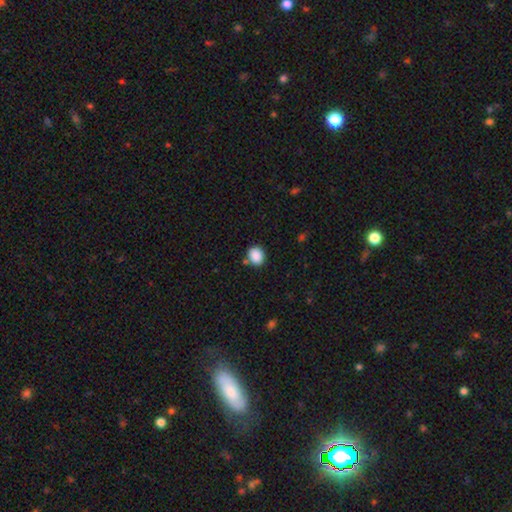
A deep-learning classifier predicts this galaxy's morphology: smooth 88%, star or artifact 9%, featured or disk 3%. Down the decision tree: how rounded — round (62%); merging — none (80%).